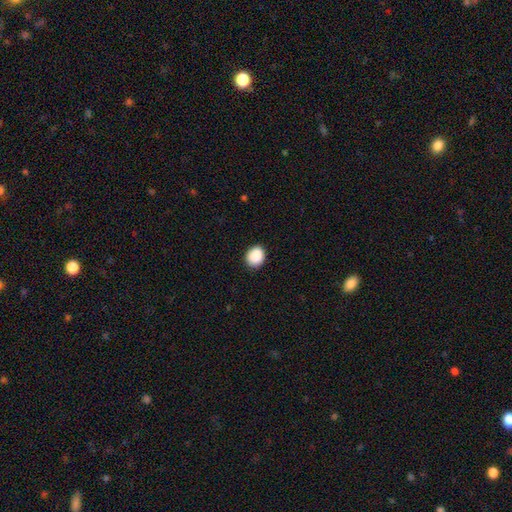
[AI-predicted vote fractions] This is clearly a smooth galaxy (89%). How rounded: likely round (64%). Merging: clearly none (88%).